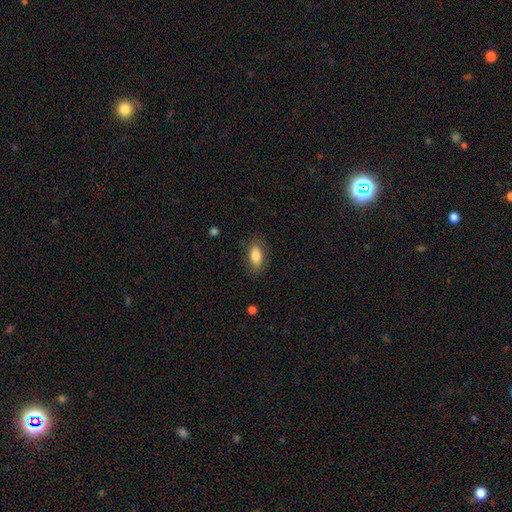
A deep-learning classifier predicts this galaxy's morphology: This is clearly a smooth galaxy (81%). How rounded: clearly in between (87%). Merging: clearly none (83%).